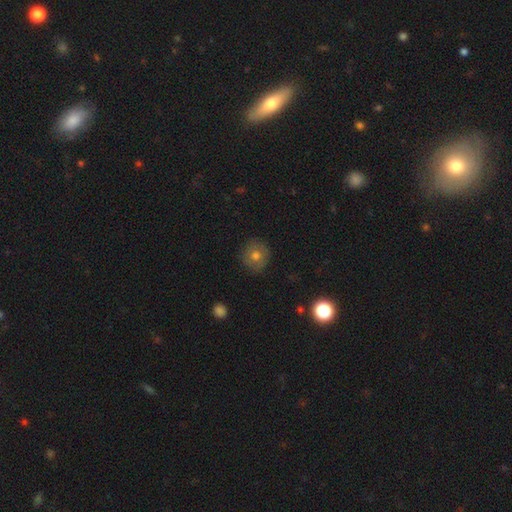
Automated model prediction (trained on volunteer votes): A smooth galaxy with no disk features (68%) that is round (91%). Merging: none (87%).